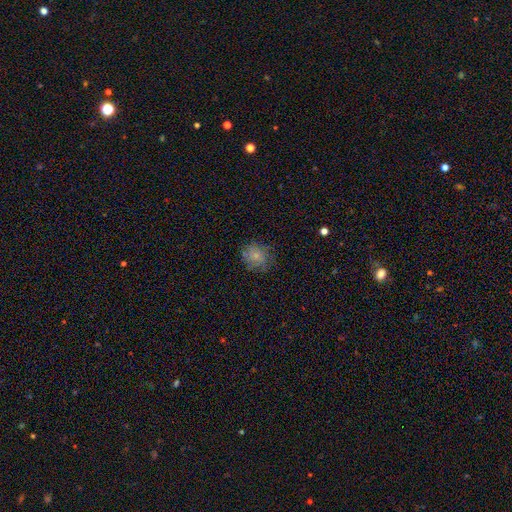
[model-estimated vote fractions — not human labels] Smooth or featured?
  - smooth: 73% *
  - featured or disk: 16%
  - star or artifact: 11%
How rounded?
  - round: 76% *
  - in between: 23%
  - cigar-shaped: 1%
Merging?
  - none: 73% *
  - minor disturbance: 18%
  - major disturbance: 7%
  - merger: 2%